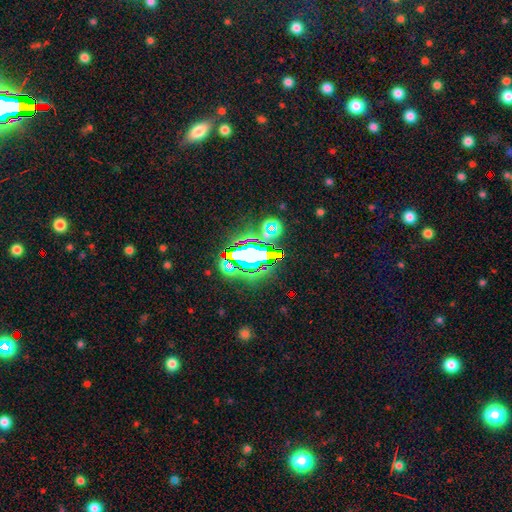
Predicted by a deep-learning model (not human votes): Smooth or featured: star or artifact — 73% (smooth — 15%)